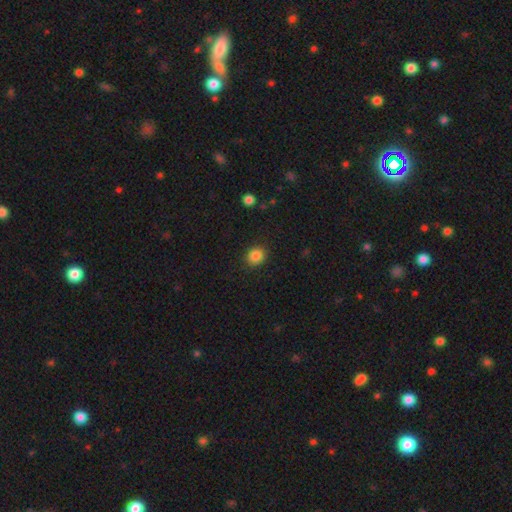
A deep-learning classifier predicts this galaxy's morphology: A smooth galaxy with no disk features (86%) that is round (77%). Merging: none (90%).